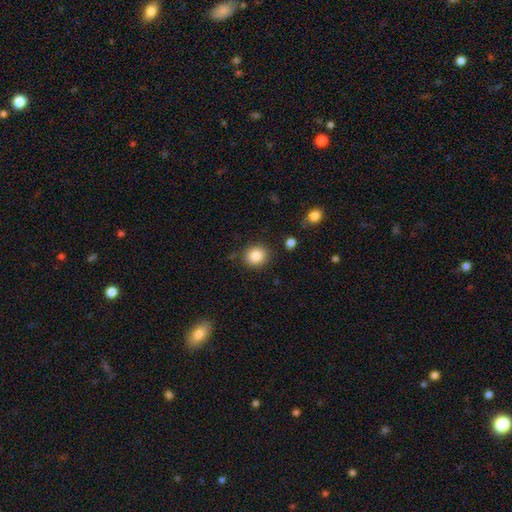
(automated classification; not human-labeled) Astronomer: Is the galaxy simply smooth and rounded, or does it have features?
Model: smooth — 86%.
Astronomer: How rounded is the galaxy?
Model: round — 81%.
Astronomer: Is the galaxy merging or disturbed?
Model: none — 85%.